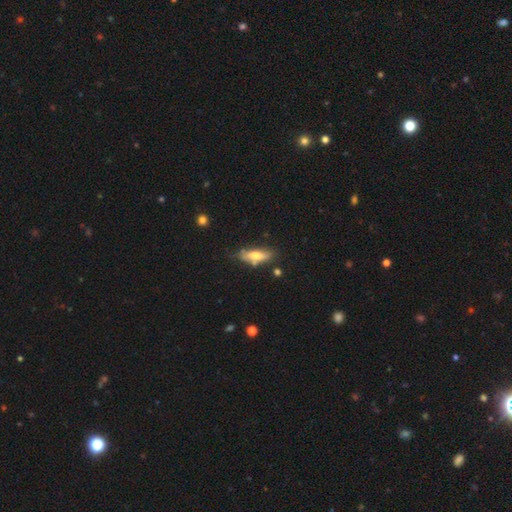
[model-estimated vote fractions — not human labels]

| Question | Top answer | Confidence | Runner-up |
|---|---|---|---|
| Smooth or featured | smooth | 56% | featured or disk (37%) |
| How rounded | in between | 51% | cigar-shaped (47%) |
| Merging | none | 61% | minor disturbance (24%) |